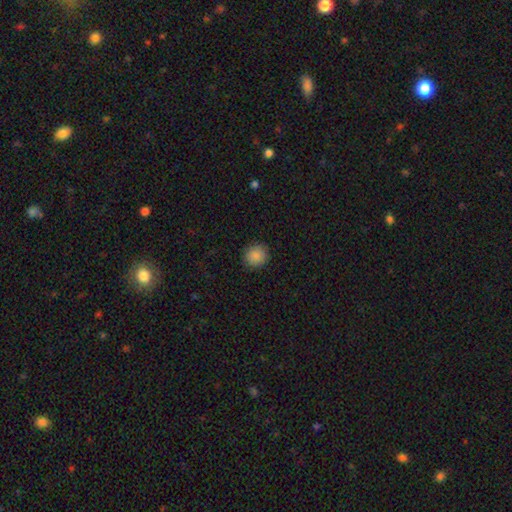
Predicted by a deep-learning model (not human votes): This appears to be a smooth galaxy with no disk features (88%) that is round (90%). Merging: none (91%).